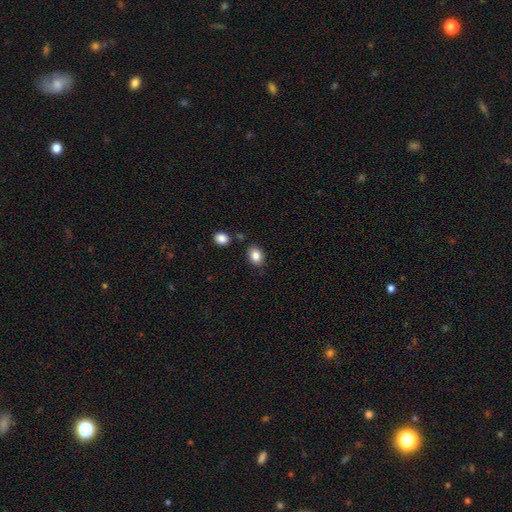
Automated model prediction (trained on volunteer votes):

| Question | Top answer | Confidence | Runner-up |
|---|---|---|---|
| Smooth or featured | smooth | 86% | star or artifact (9%) |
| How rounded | in between | 65% | round (34%) |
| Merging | none | 80% | minor disturbance (12%) |